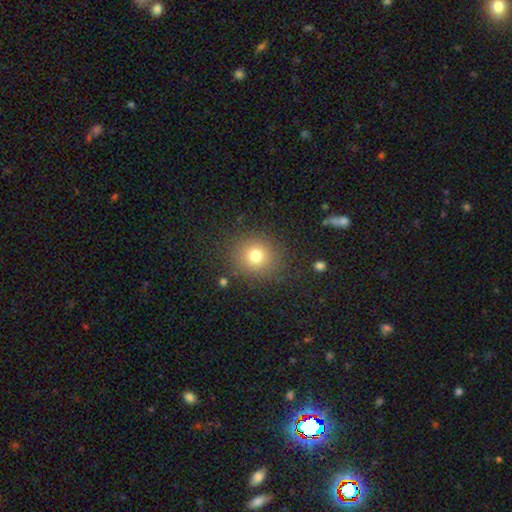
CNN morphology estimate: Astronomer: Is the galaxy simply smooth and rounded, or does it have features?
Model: smooth — 77%.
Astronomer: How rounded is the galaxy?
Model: round — 85%.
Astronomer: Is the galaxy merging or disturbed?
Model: none — 86%.